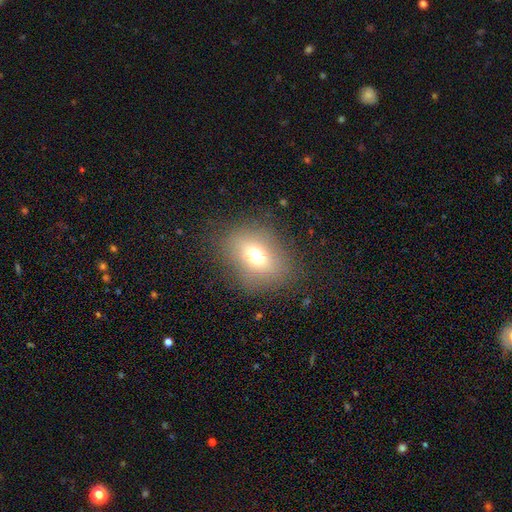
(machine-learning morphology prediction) Overall: smooth (63%). How rounded: round (50%; in between 49%). Merging: none (81%).